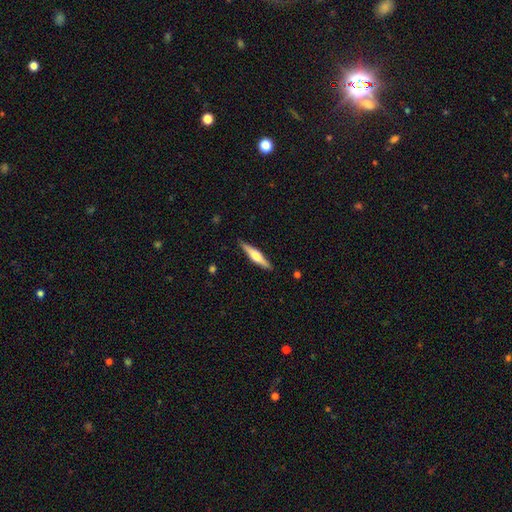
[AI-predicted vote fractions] Smooth or featured? featured or disk (54%)
Edge-on disk? yes (96%)
Edge-on bulge? rounded (83%)
Merging? none (88%)